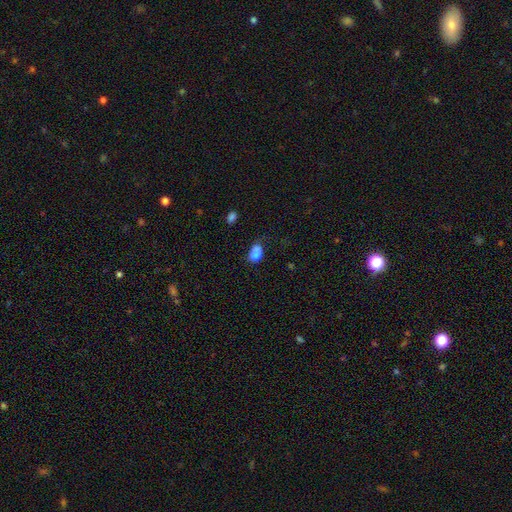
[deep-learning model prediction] Smooth or featured?
  - smooth: 77% *
  - featured or disk: 13%
  - star or artifact: 10%
How rounded?
  - in between: 66% *
  - round: 33%
  - cigar-shaped: 2%
Merging?
  - none: 34% *
  - minor disturbance: 32%
  - major disturbance: 18%
  - merger: 15%